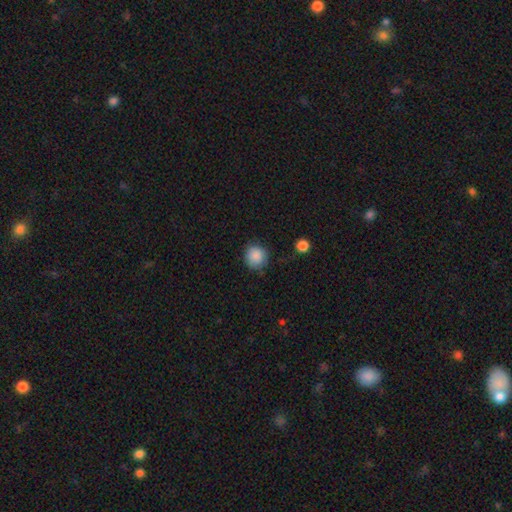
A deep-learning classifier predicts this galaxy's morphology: Smooth or featured? smooth (87%)
How rounded? round (91%)
Merging? none (81%)